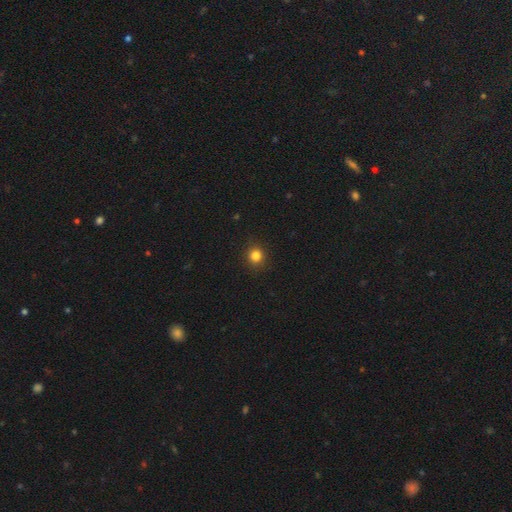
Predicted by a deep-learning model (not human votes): Smooth or featured: smooth — 83% (star or artifact — 13%)
How rounded: round — 88% (in between — 11%)
Merging: none — 90% (minor disturbance — 7%)